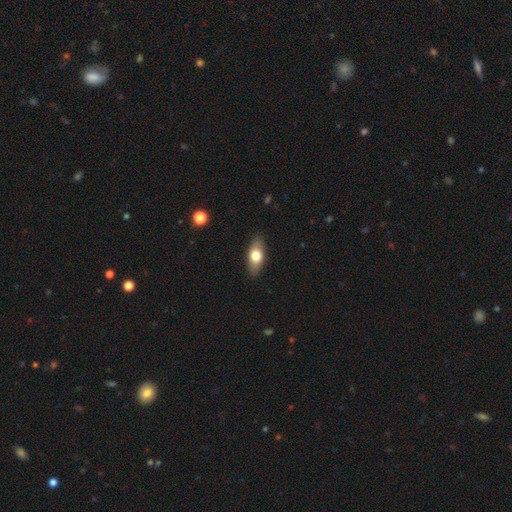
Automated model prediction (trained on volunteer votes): smooth 67%, featured or disk 27%, star or artifact 6%. Down the decision tree: how rounded — in between (81%); merging — none (87%).